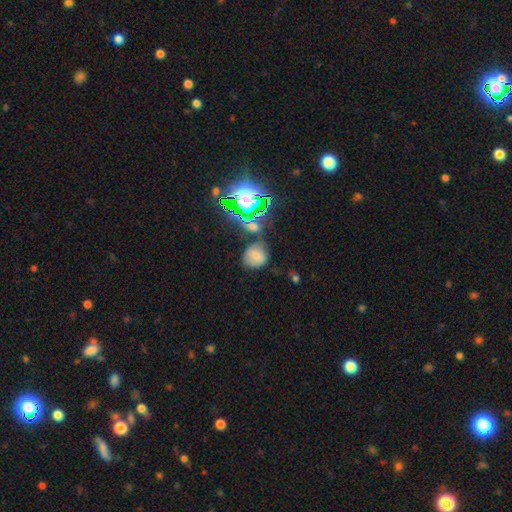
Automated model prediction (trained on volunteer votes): A smooth galaxy with no disk features (64%) that is round (76%).

Vote fractions:
- Smooth or featured? smooth: 64% / star or artifact: 23% / featured or disk: 13%
- How rounded? round: 76% / in between: 23% / cigar-shaped: 1%
- Merging? none: 62% / minor disturbance: 18% / merger: 13% / major disturbance: 7%